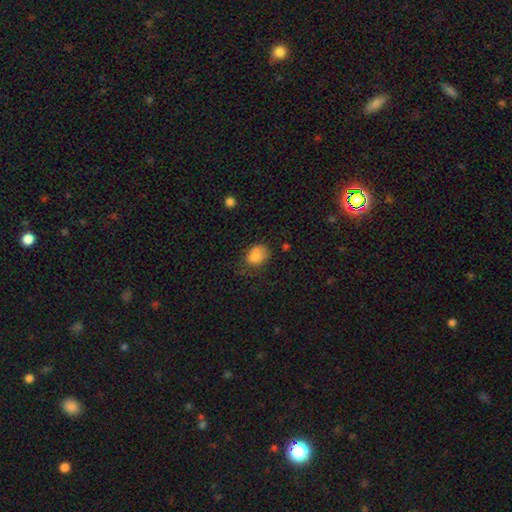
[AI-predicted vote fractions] Overall: smooth (82%). How rounded: in between (60%; round 39%). Merging: none (50%; minor disturbance 32%).